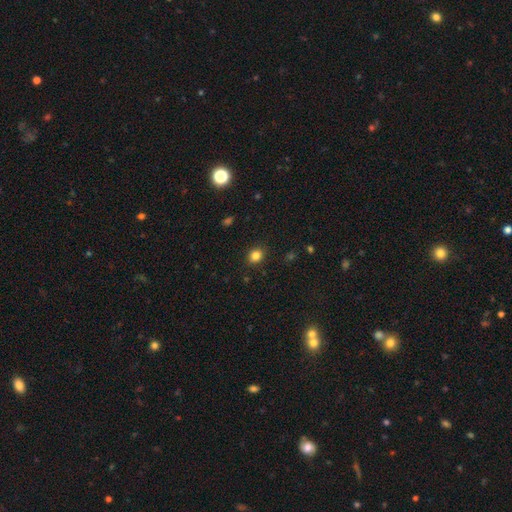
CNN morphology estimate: Smooth or featured? smooth (83%)
How rounded? round (62%)
Merging? none (88%)